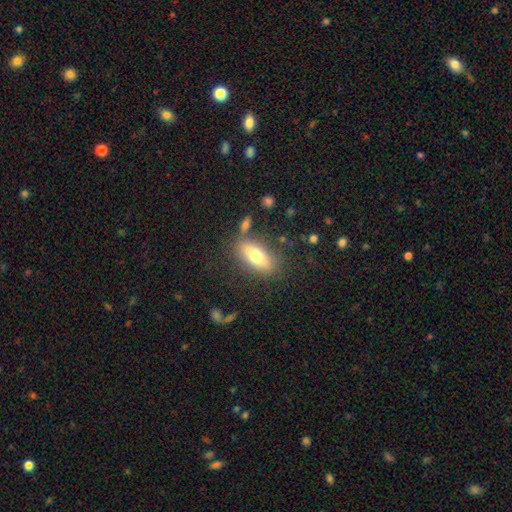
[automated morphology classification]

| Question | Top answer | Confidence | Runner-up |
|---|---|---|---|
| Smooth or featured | smooth | 71% | featured or disk (21%) |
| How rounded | in between | 80% | cigar-shaped (16%) |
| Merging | none | 75% | minor disturbance (13%) |